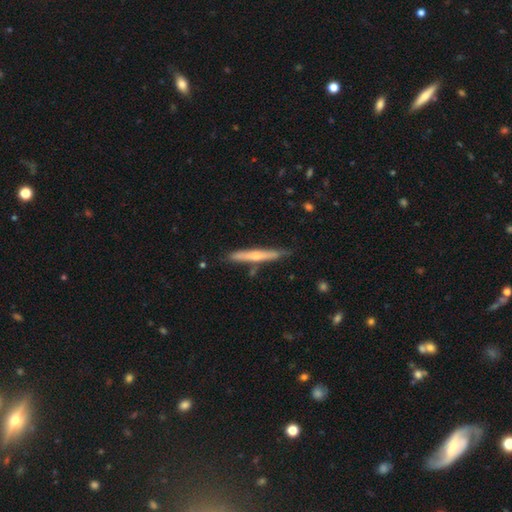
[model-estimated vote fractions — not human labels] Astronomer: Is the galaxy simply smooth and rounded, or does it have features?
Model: featured or disk — 53% (runner-up: smooth, 41%).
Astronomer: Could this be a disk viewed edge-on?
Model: yes — 95%.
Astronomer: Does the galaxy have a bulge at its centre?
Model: rounded — 73%.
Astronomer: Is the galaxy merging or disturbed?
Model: none — 79%.